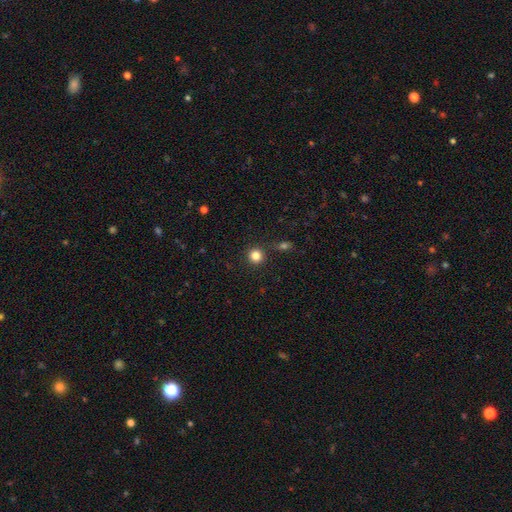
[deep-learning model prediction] smooth-or-featured: smooth: 83% | star or artifact: 12% | featured or disk: 5%
  how-rounded: round: 93% | in between: 6% | cigar-shaped: 1%
  merging: none: 88% | minor disturbance: 6% | merger: 4% | major disturbance: 2%